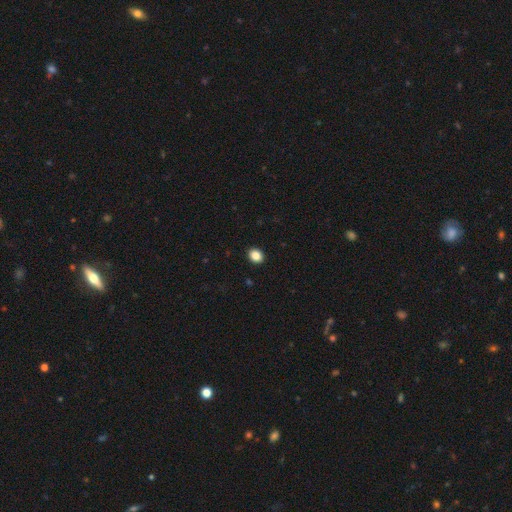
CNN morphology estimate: A smooth galaxy with no disk features (87%) that is round (58%). Merging: none (92%).